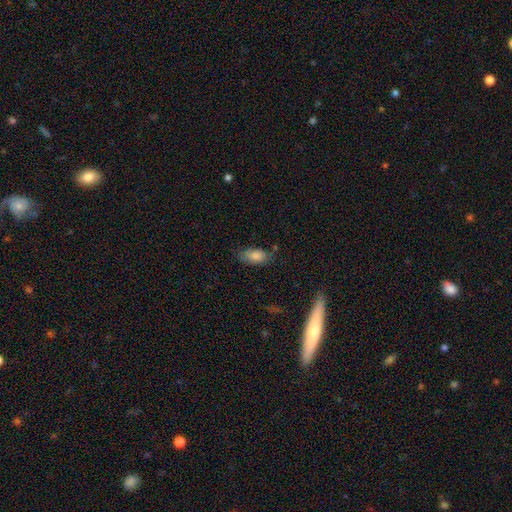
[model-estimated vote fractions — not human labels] The model was most divided on "merging": none: 65%, minor disturbance: 24%, major disturbance: 7%, merger: 4%. More confident: how rounded — in between (88%); smooth or featured — smooth (83%).